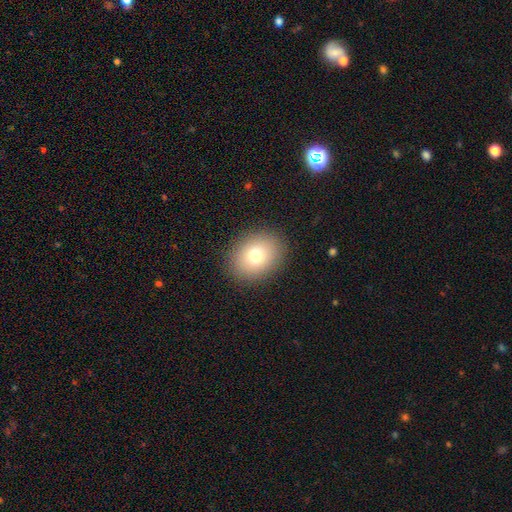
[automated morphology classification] This appears to be a smooth galaxy with no disk features (76%) that is round (50%). Merging: none (89%).